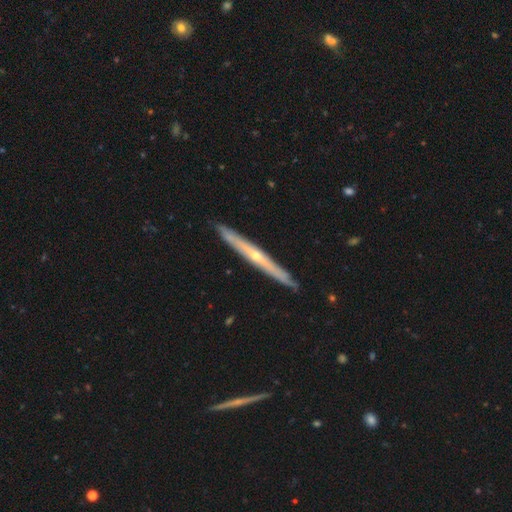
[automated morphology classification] Q: Smooth or featured?
A: featured or disk (72%); runner-up: smooth (22%)
Q: Edge-on disk?
A: yes (95%); runner-up: no (5%)
Q: Edge-on bulge?
A: rounded (71%); runner-up: none (27%)
Q: Merging?
A: none (91%); runner-up: minor disturbance (7%)